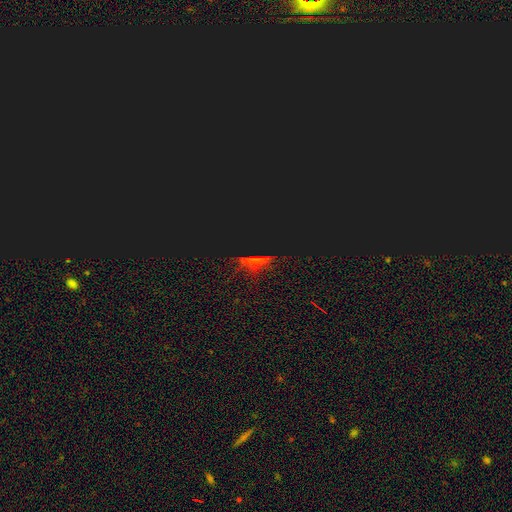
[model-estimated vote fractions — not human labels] Smooth or featured? star or artifact (66%)